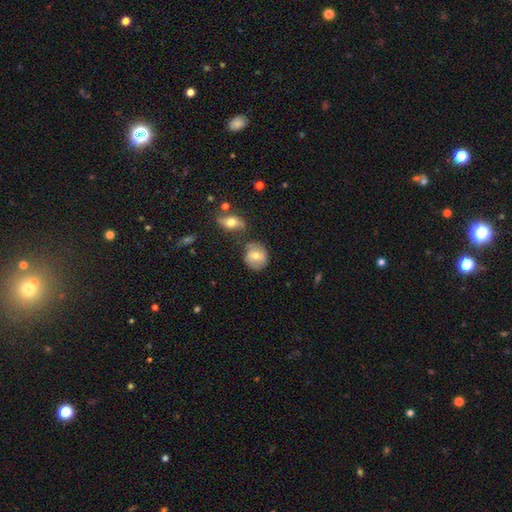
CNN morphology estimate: Smooth or featured? smooth (64%)
How rounded? round (77%)
Merging? none (64%)